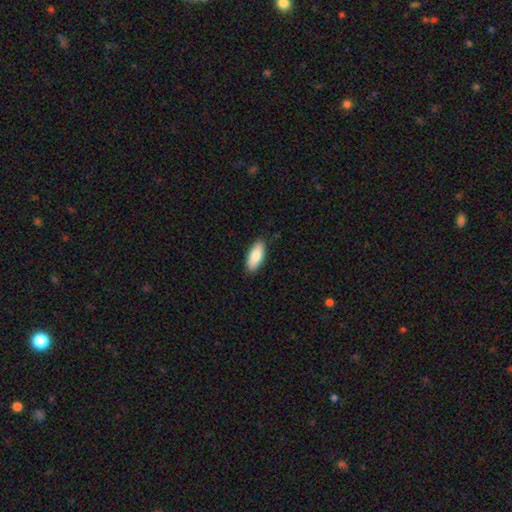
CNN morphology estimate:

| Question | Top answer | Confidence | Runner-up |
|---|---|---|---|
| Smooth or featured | smooth | 82% | featured or disk (12%) |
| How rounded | in between | 81% | cigar-shaped (17%) |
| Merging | none | 88% | minor disturbance (9%) |